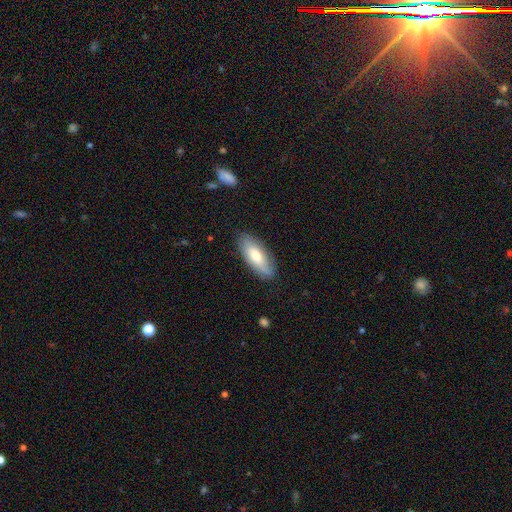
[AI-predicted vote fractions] Q: Smooth or featured?
A: smooth (68%); runner-up: featured or disk (26%)
Q: How rounded?
A: in between (75%); runner-up: cigar-shaped (23%)
Q: Merging?
A: none (83%); runner-up: minor disturbance (13%)